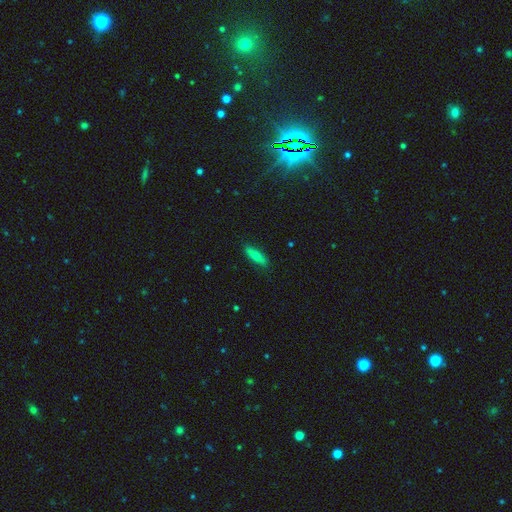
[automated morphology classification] A smooth galaxy with no disk features (65%) that is cigar-shaped (65%).

Vote fractions:
- Smooth or featured? smooth: 65% / featured or disk: 27% / star or artifact: 8%
- How rounded? cigar-shaped: 65% / in between: 33% / round: 2%
- Merging? none: 85% / minor disturbance: 12% / major disturbance: 2% / merger: 1%